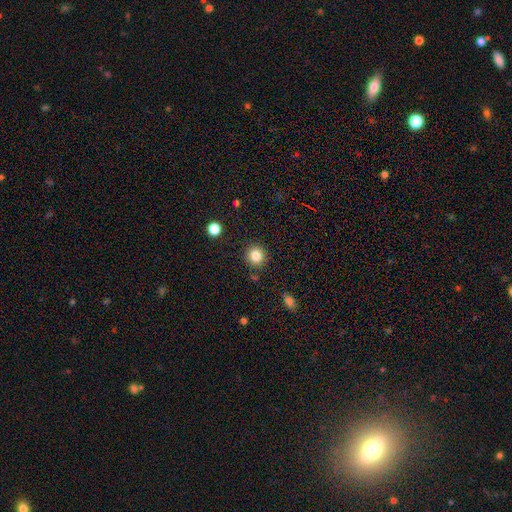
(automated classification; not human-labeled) This appears to be a smooth galaxy with no disk features (83%) that is round (93%). Merging: none (88%).